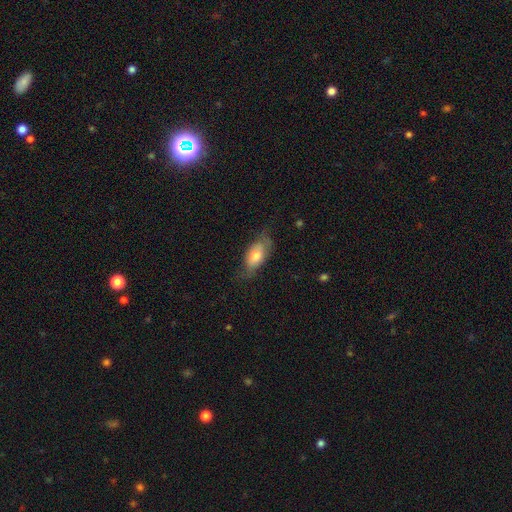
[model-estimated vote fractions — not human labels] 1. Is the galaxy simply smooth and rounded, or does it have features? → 64% smooth, 29% featured or disk, 7% star or artifact.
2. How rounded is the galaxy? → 86% in between, 9% cigar-shaped, 5% round.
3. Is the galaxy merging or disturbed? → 60% none, 28% minor disturbance, 11% major disturbance, 2% merger.